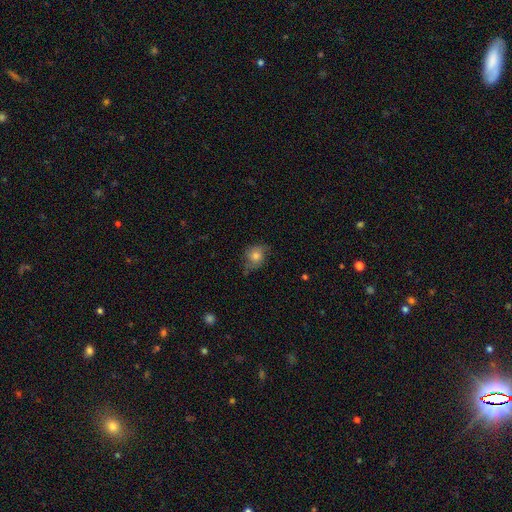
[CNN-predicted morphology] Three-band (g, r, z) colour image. It shows a smooth galaxy with no disk features (73%) that is round (69%). Merging: none (60%).